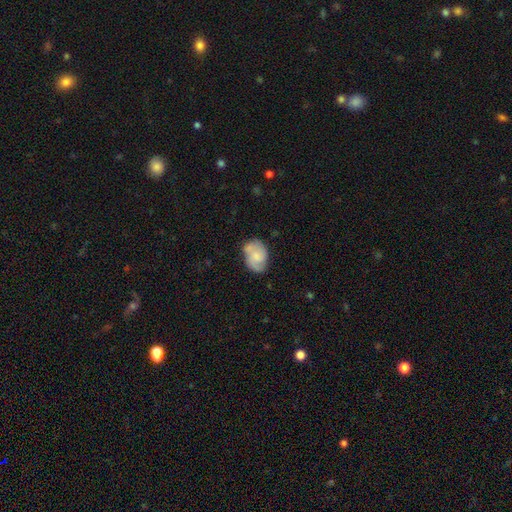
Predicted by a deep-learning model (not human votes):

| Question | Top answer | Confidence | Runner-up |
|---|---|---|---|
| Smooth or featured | featured or disk | 47% | smooth (46%) |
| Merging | none | 56% | minor disturbance (26%) |